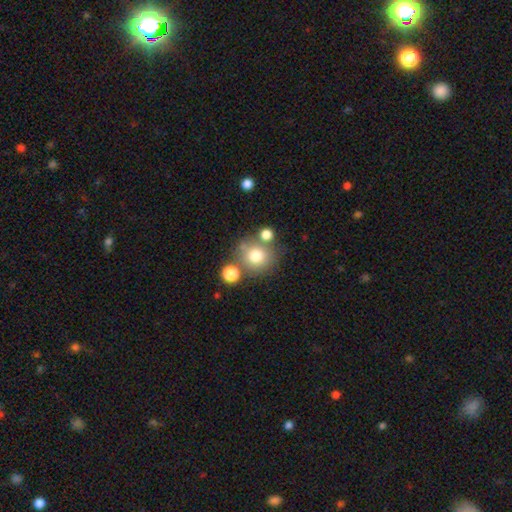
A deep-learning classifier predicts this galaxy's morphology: smooth-or-featured: smooth: 74% | star or artifact: 13% | featured or disk: 13%
  how-rounded: round: 88% | in between: 11% | cigar-shaped: 1%
  merging: none: 68% | merger: 16% | minor disturbance: 11% | major disturbance: 5%